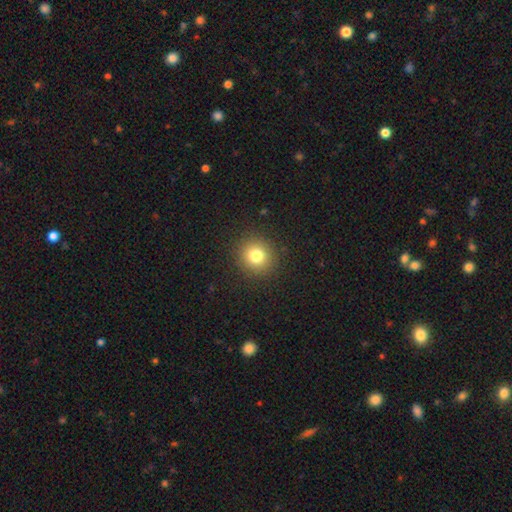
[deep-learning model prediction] Smooth or featured? Predicted: smooth (p=0.79). How rounded? Predicted: round (p=0.89). Merging? Predicted: none (p=0.90).